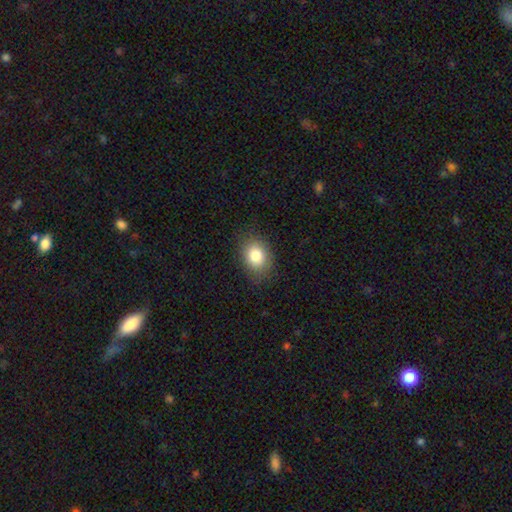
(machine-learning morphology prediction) Smooth or featured?
  - smooth: 83% *
  - star or artifact: 9%
  - featured or disk: 8%
How rounded?
  - in between: 68% *
  - round: 32%
  - cigar-shaped: 1%
Merging?
  - none: 83% *
  - minor disturbance: 12%
  - major disturbance: 3%
  - merger: 1%